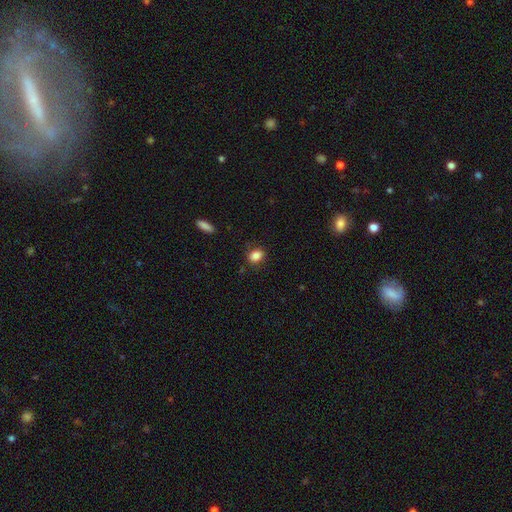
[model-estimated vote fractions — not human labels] Smooth or featured?
  - smooth: 86% *
  - star or artifact: 9%
  - featured or disk: 5%
How rounded?
  - in between: 66% *
  - round: 32%
  - cigar-shaped: 2%
Merging?
  - none: 81% *
  - minor disturbance: 14%
  - major disturbance: 4%
  - merger: 2%